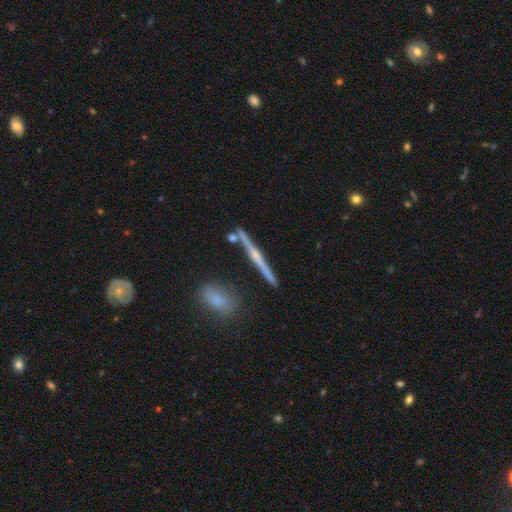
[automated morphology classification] featured or disk 79%, smooth 15%, star or artifact 6%. Down the decision tree: edge-on disk — yes (98%); edge-on bulge — rounded (80%); merging — none (86%).